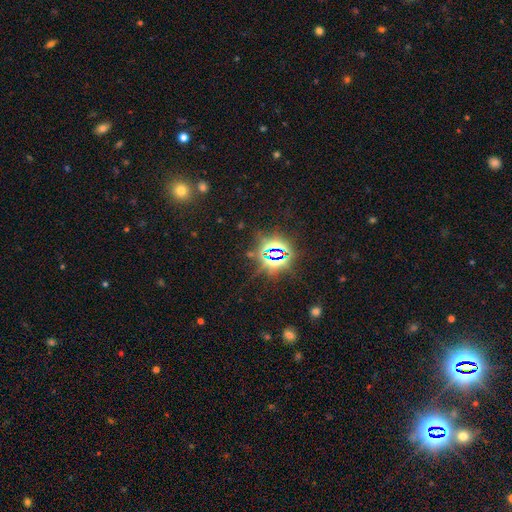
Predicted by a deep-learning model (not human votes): This is clearly a star or artifact rather than a galaxy (80%).